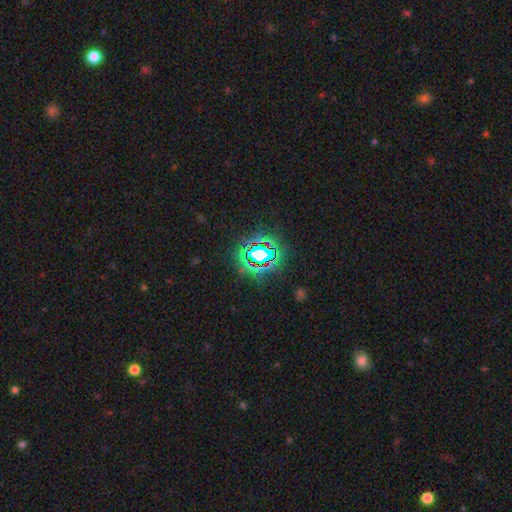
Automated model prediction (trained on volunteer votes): The model was most divided on "smooth or featured": star or artifact: 73%, smooth: 16%, featured or disk: 11%.